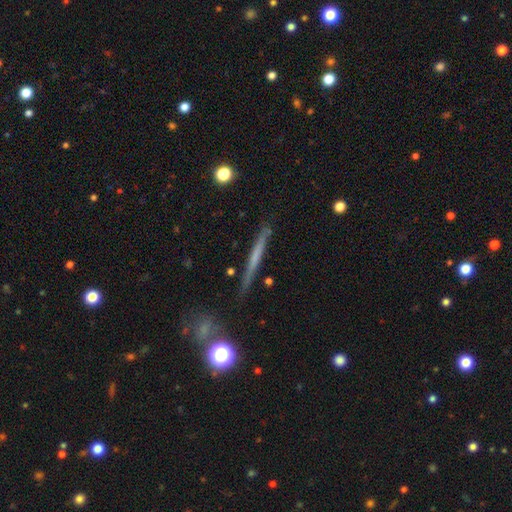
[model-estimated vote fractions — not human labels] featured or disk 47%, smooth 46%, star or artifact 8%. Down the decision tree: merging — none (87%).